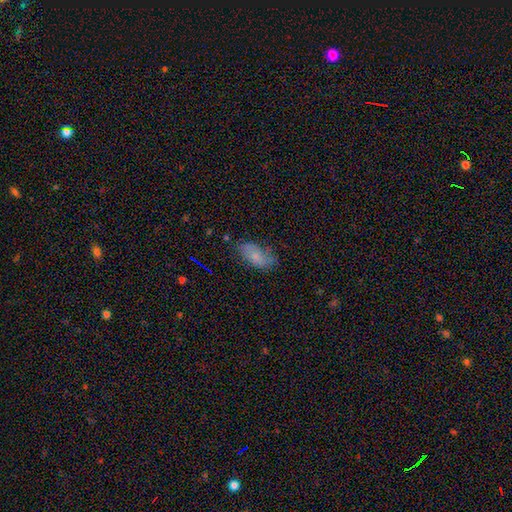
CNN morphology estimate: type=smooth (72%); roundness=in between (91%); merging=none (61%).